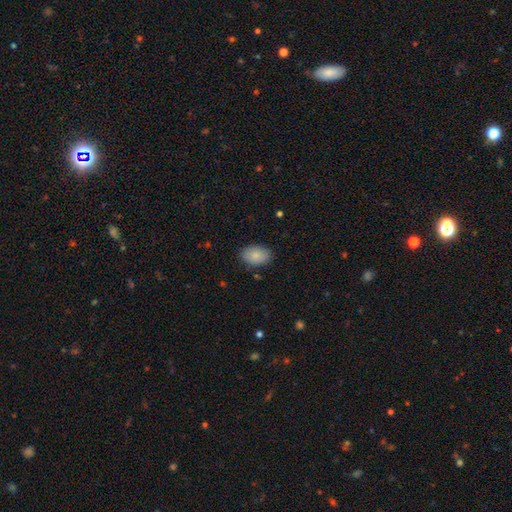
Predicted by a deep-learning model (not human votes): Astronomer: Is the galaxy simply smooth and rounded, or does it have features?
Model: smooth — 85%.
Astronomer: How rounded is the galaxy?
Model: in between — 88%.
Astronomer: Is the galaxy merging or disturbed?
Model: none — 85%.